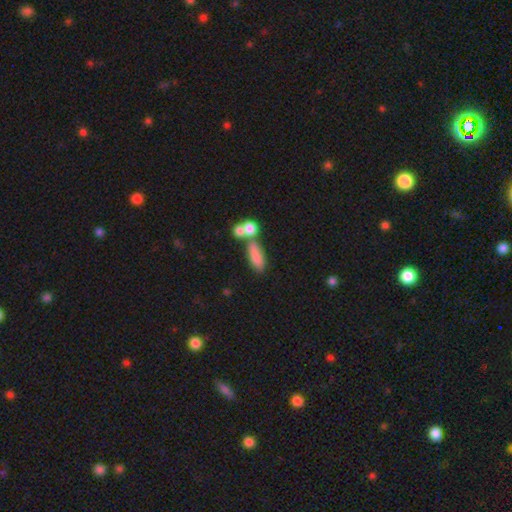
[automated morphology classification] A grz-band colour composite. It shows a smooth galaxy with no disk features (78%) that is in between round and cigar-shaped (57%). Merging: none (46%).